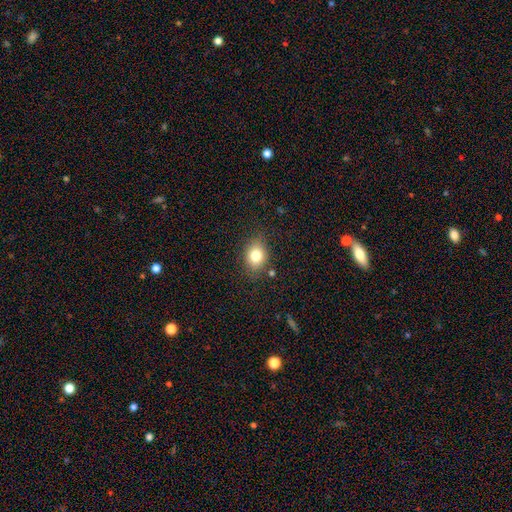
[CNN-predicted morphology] Smooth or featured? smooth (79%)
How rounded? in between (58%)
Merging? none (80%)